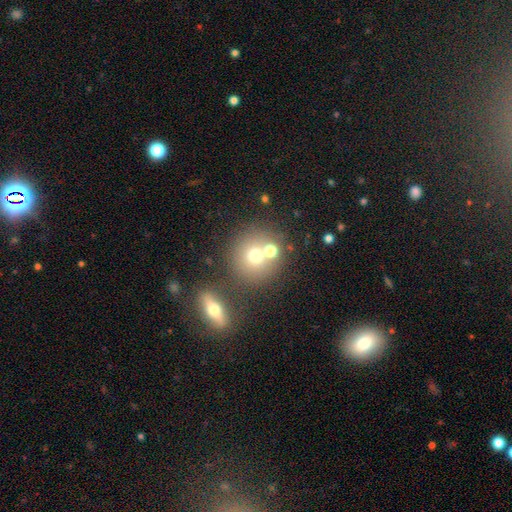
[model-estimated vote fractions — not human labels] Q: Smooth or featured?
A: smooth (67%); runner-up: featured or disk (18%)
Q: How rounded?
A: round (89%); runner-up: in between (10%)
Q: Merging?
A: none (58%); runner-up: merger (30%)